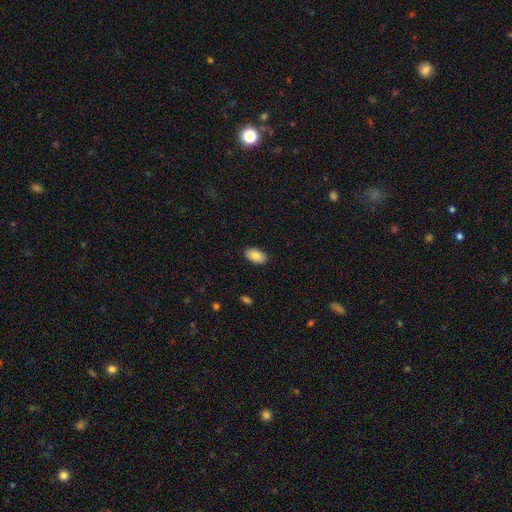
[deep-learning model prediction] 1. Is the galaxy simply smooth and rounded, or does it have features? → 83% smooth, 10% featured or disk, 7% star or artifact.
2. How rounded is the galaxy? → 93% in between, 5% round, 1% cigar-shaped.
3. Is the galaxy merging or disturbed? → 88% none, 9% minor disturbance, 2% major disturbance, 1% merger.